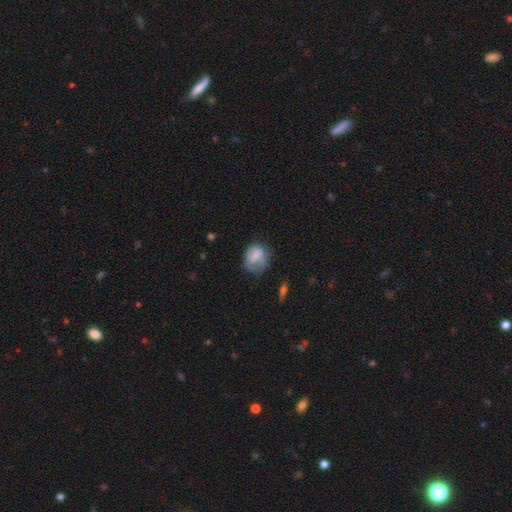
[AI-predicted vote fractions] Smooth or featured: smooth — 57% (featured or disk — 34%)
How rounded: round — 52% (in between — 46%)
Merging: none — 44% (minor disturbance — 31%)